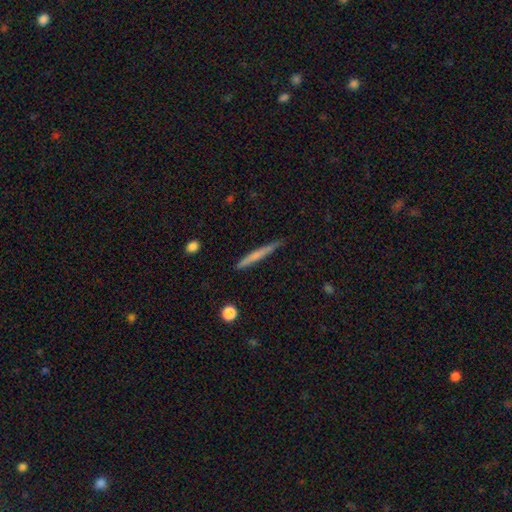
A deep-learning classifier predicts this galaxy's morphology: Smooth or featured? Predicted: smooth (p=0.61). How rounded? Predicted: cigar-shaped (p=0.96). Merging? Predicted: none (p=0.83).